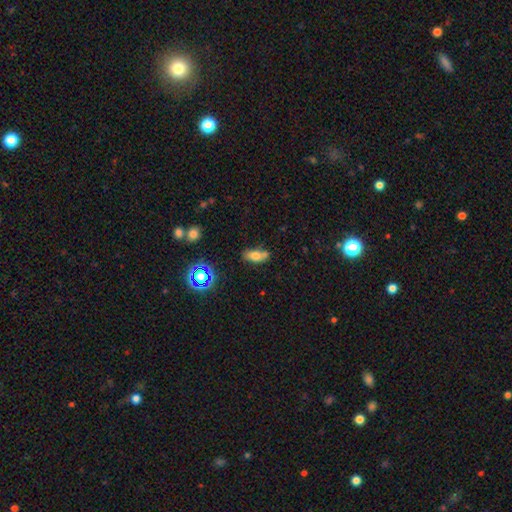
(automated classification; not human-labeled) The model was most divided on "merging": none: 52%, merger: 21%, minor disturbance: 20%, major disturbance: 6%. More confident: how rounded — in between (80%); smooth or featured — smooth (69%).